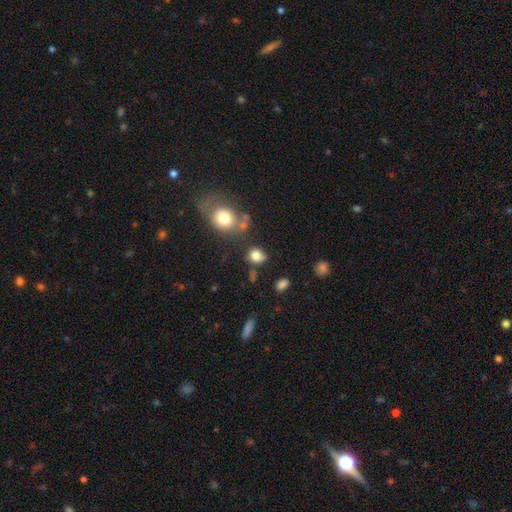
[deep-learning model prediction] The model was most divided on "how rounded": round: 64%, in between: 35%, cigar-shaped: 1%. More confident: smooth or featured — smooth (80%); merging — none (59%).